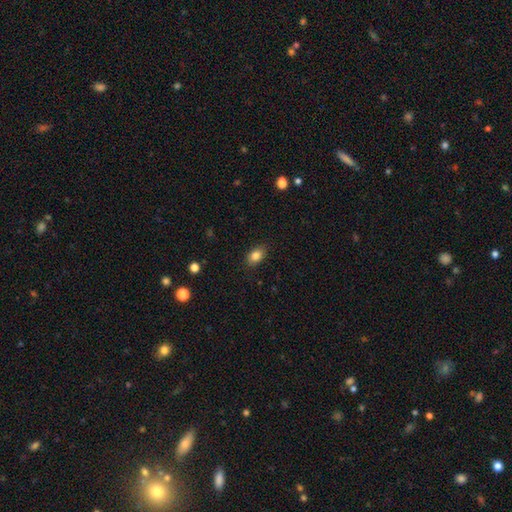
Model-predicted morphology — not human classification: This appears to be a smooth galaxy with no disk features (83%) that is in between round and cigar-shaped (83%). Merging: none (86%).